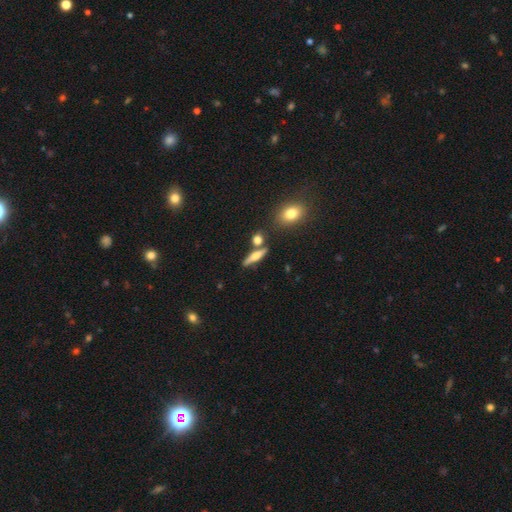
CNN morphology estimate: A featured or disk galaxy (48%).

Vote fractions:
- Smooth or featured? featured or disk: 48% / smooth: 43% / star or artifact: 9%
- Merging? none: 75% / merger: 11% / minor disturbance: 10% / major disturbance: 4%